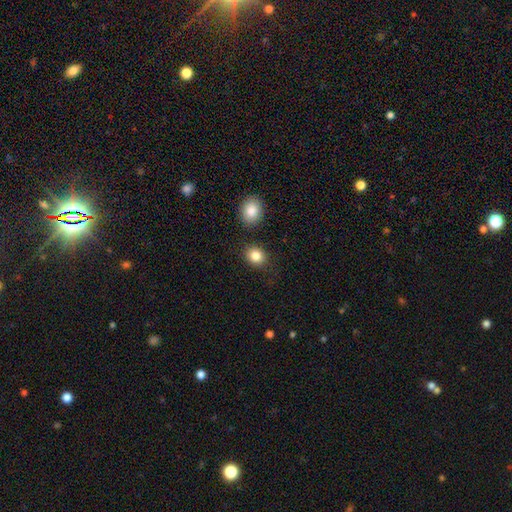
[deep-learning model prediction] smooth-or-featured: smooth: 85% | star or artifact: 10% | featured or disk: 6%
  how-rounded: round: 61% | in between: 38% | cigar-shaped: 1%
  merging: none: 82% | minor disturbance: 9% | merger: 6% | major disturbance: 3%